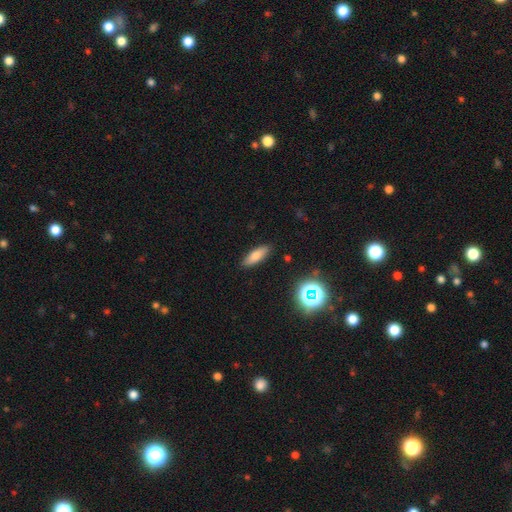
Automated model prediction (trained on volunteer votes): Smooth or featured? smooth (76%)
How rounded? in between (57%)
Merging? none (87%)